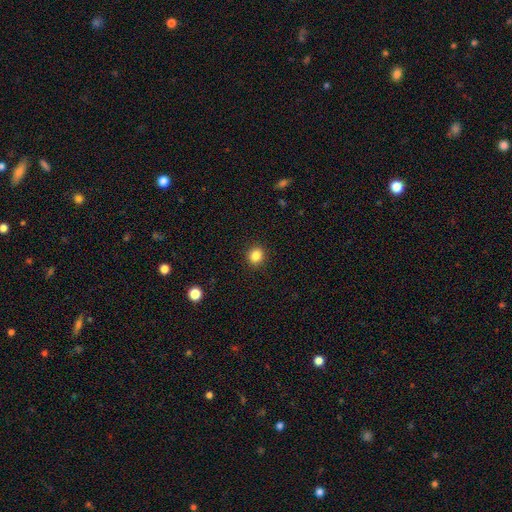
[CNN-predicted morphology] Q: Smooth or featured?
A: smooth (86%); runner-up: star or artifact (11%)
Q: How rounded?
A: round (76%); runner-up: in between (23%)
Q: Merging?
A: none (91%); runner-up: minor disturbance (6%)